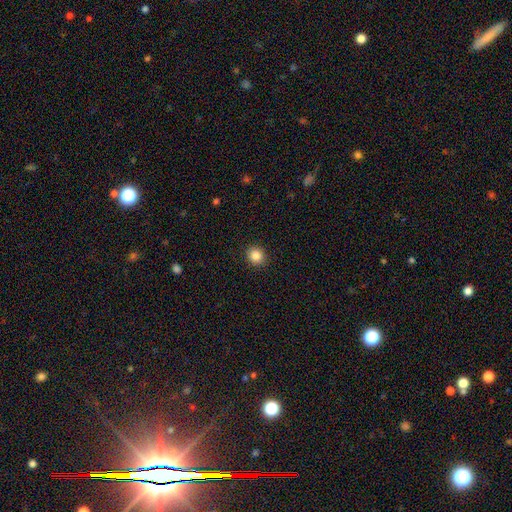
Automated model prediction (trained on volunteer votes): This is clearly a smooth galaxy (86%). How rounded: clearly round (85%). Merging: clearly none (92%).